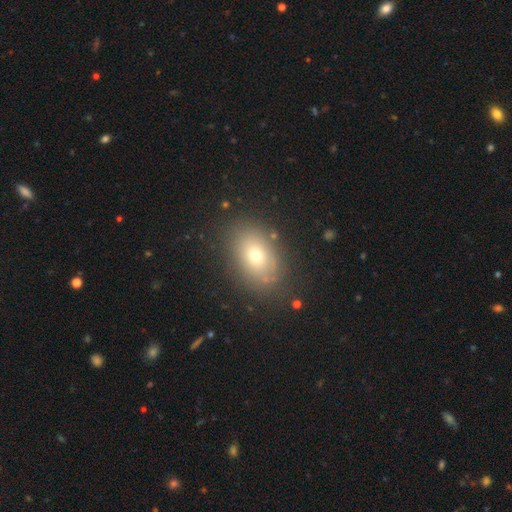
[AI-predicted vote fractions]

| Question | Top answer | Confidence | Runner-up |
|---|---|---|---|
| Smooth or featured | smooth | 66% | featured or disk (20%) |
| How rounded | in between | 77% | round (22%) |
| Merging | none | 81% | minor disturbance (12%) |